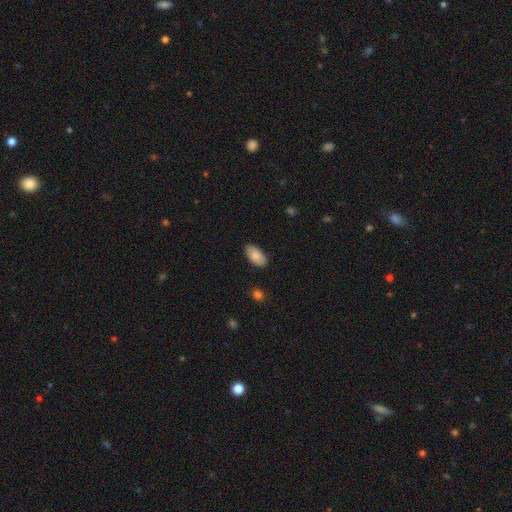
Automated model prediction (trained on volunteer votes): Overall: smooth (87%). How rounded: in between (95%). Merging: none (87%).